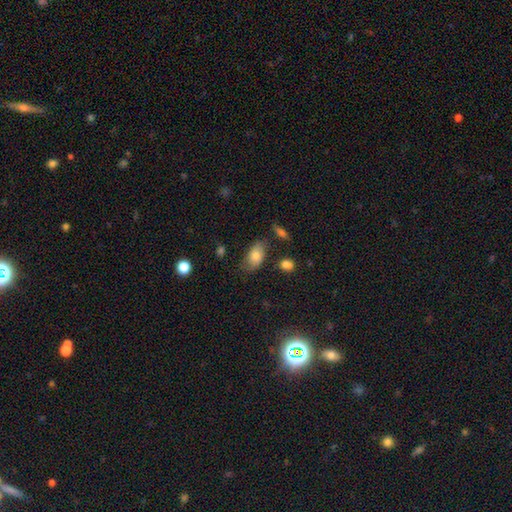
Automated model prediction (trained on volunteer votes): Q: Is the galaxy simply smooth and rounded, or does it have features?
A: smooth — 76%.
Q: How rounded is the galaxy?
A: in between — 92%.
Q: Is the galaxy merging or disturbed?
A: none — 70%.